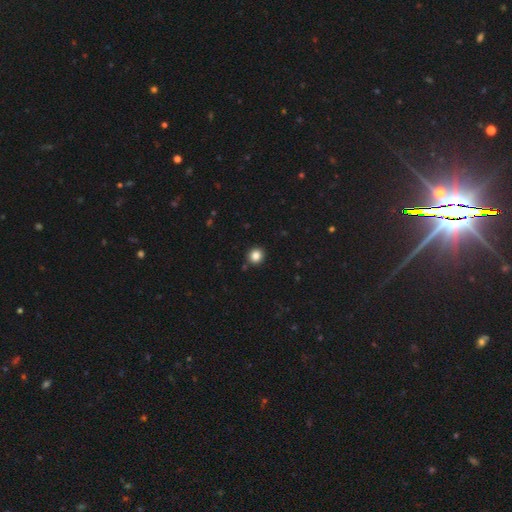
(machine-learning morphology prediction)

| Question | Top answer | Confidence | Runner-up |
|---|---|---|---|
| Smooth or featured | smooth | 85% | star or artifact (11%) |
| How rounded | round | 91% | in between (8%) |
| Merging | none | 91% | minor disturbance (5%) |